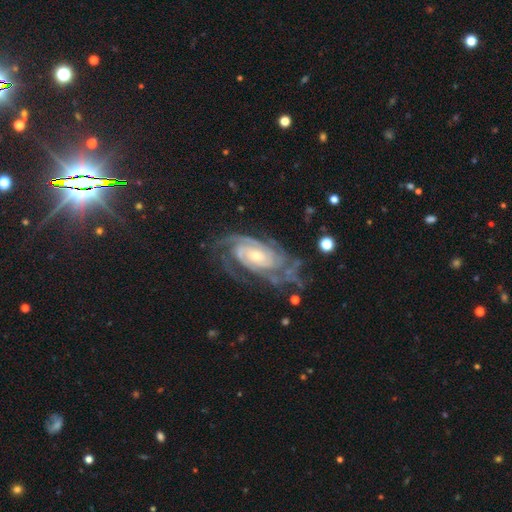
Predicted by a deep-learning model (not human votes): Q: Smooth or featured?
A: featured or disk (90%); runner-up: star or artifact (5%)
Q: Edge-on disk?
A: no (96%); runner-up: yes (4%)
Q: Bar?
A: no (65%); runner-up: weak (25%)
Q: Spiral arms?
A: yes (98%); runner-up: no (2%)
Q: Spiral winding?
A: tight (71%); runner-up: medium (25%)
Q: Spiral arm count?
A: 2 (28%); runner-up: 3 (24%)
Q: Bulge size?
A: small (60%); runner-up: moderate (34%)
Q: Merging?
A: none (67%); runner-up: minor disturbance (19%)